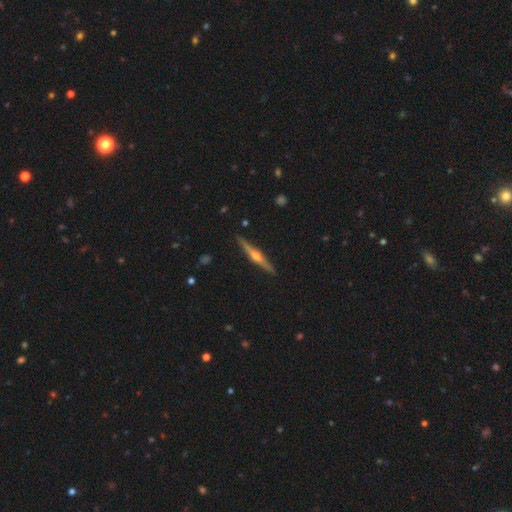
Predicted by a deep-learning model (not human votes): Smooth or featured?
  - featured or disk: 80% *
  - smooth: 15%
  - star or artifact: 5%
Edge-on disk?
  - yes: 98% *
  - no: 2%
Edge-on bulge?
  - rounded: 91% *
  - boxy: 5%
  - none: 4%
Merging?
  - none: 91% *
  - minor disturbance: 7%
  - major disturbance: 1%
  - merger: 1%